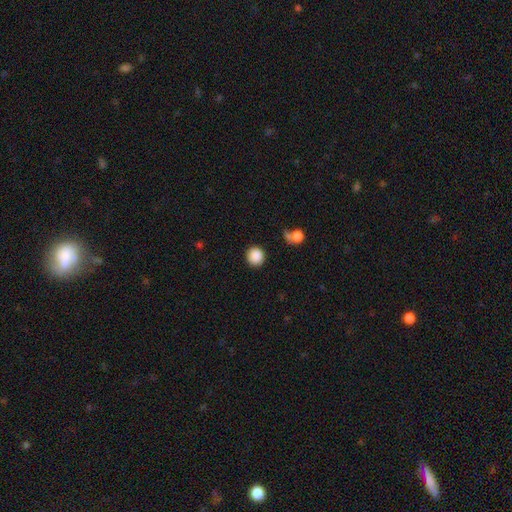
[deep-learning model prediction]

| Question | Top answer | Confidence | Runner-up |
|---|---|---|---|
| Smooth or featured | smooth | 88% | star or artifact (9%) |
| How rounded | round | 91% | in between (8%) |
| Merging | none | 87% | minor disturbance (7%) |